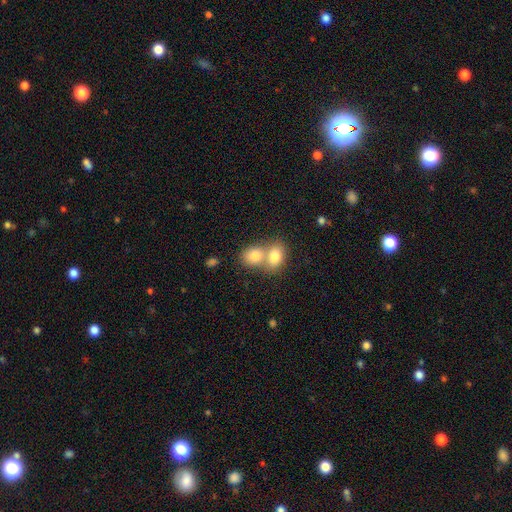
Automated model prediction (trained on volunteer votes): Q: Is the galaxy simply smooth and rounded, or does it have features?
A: smooth — 77%.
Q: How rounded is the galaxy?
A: in between — 55%.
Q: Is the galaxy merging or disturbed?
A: merger — 64%.